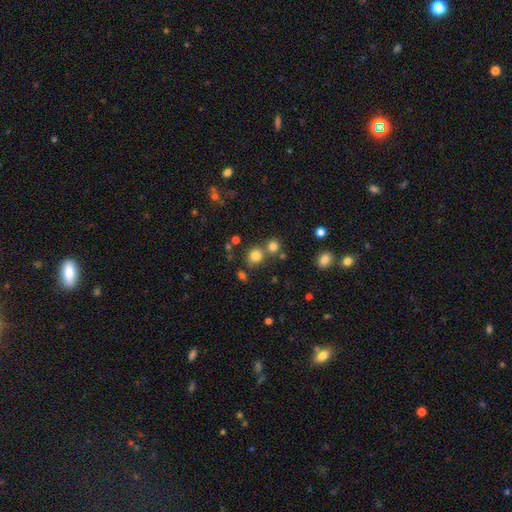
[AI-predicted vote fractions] This is likely a smooth galaxy (79%). How rounded: clearly round (85%). Merging: likely none (67%).